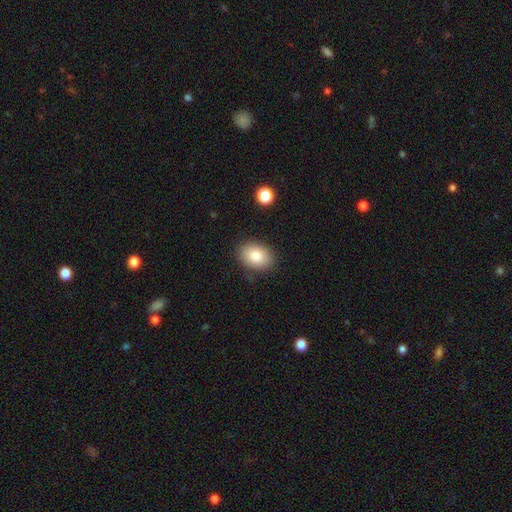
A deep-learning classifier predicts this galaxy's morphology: Q: Smooth or featured?
A: smooth (83%); runner-up: featured or disk (9%)
Q: How rounded?
A: in between (77%); runner-up: round (22%)
Q: Merging?
A: none (86%); runner-up: minor disturbance (10%)